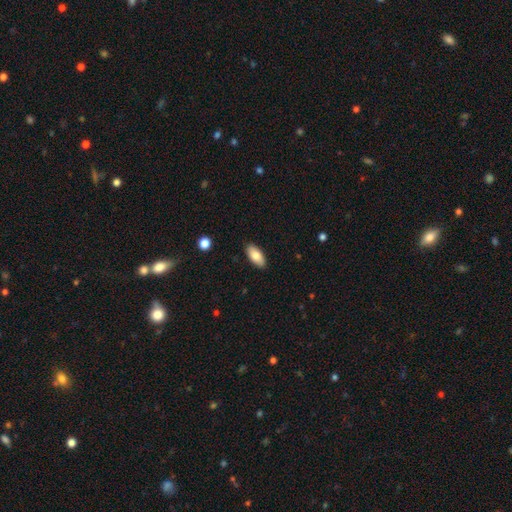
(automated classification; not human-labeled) A smooth galaxy with no disk features (82%) that is in between round and cigar-shaped (89%). Merging: none (89%).